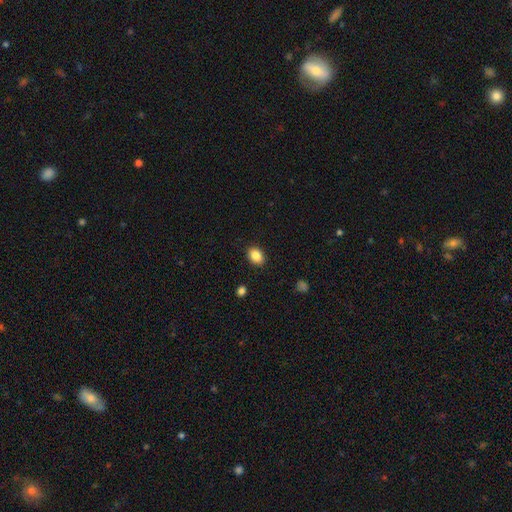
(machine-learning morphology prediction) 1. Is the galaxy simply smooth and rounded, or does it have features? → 86% smooth, 9% star or artifact, 6% featured or disk.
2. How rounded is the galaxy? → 73% in between, 26% round, 1% cigar-shaped.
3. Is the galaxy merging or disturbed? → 89% none, 8% minor disturbance, 2% major disturbance, 1% merger.